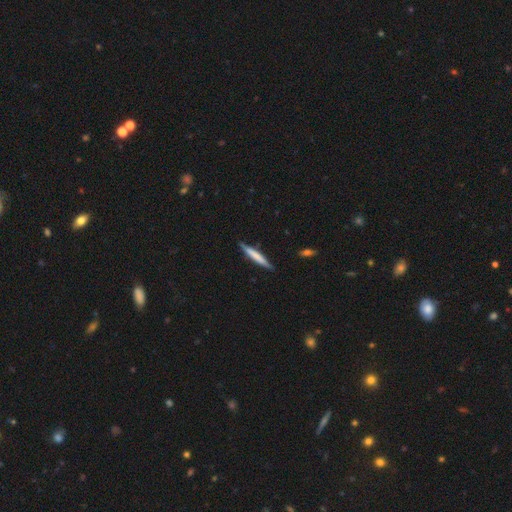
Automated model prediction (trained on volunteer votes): Smooth or featured? Predicted: smooth (p=0.63). How rounded? Predicted: cigar-shaped (p=0.95). Merging? Predicted: none (p=0.86).